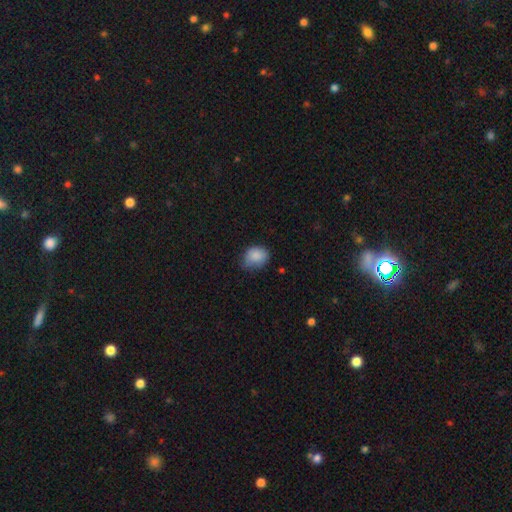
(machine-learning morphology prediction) The model was most divided on "how rounded": in between: 52%, round: 47%, cigar-shaped: 1%. More confident: smooth or featured — smooth (86%); merging — none (54%).